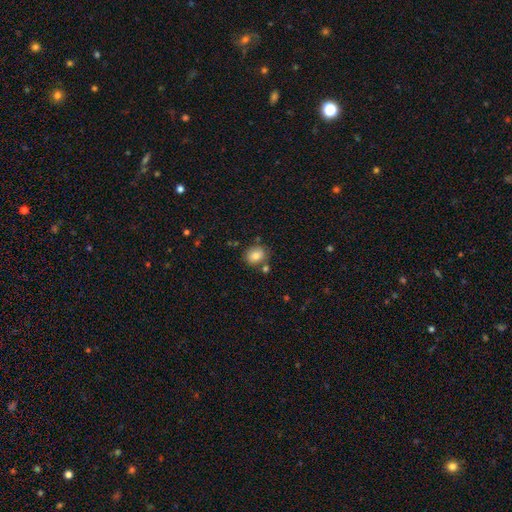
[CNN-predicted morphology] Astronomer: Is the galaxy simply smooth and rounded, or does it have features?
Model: smooth — 80%.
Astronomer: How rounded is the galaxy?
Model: round — 57% (runner-up: in between, 42%).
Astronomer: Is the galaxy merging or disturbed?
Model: none — 75%.